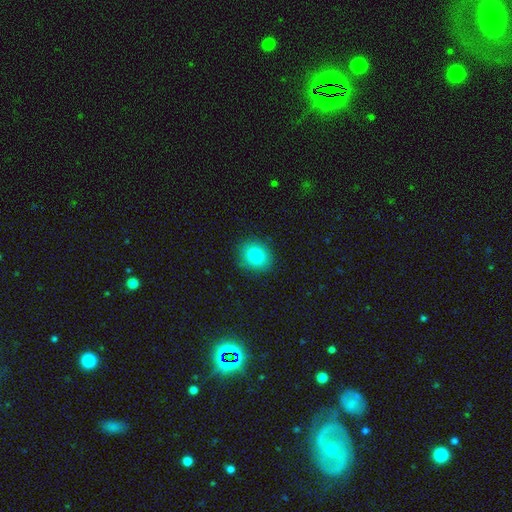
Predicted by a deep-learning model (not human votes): This appears to be a smooth galaxy with no disk features (83%) that is round (61%). Merging: none (88%).